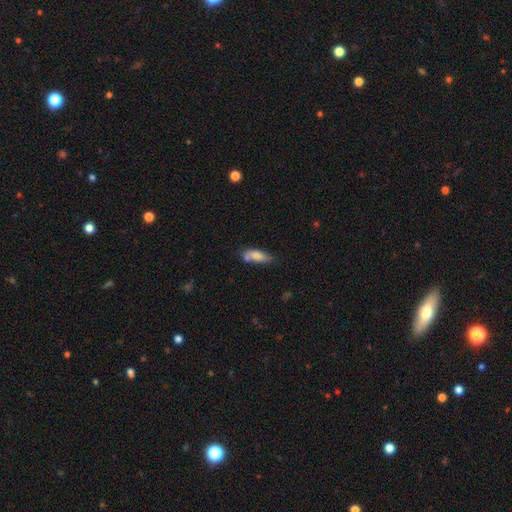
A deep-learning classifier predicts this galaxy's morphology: Smooth or featured? smooth (79%)
How rounded? in between (63%)
Merging? none (52%)